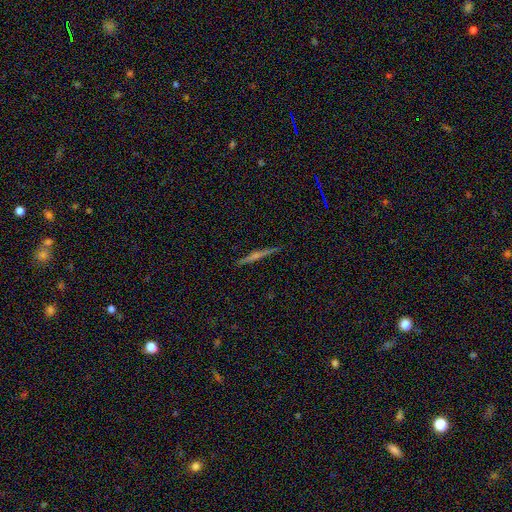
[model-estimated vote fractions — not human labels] The model was most divided on "edge-on bulge": rounded: 68%, none: 21%, boxy: 11%. More confident: edge-on disk — yes (98%); merging — none (91%); smooth or featured — featured or disk (69%).